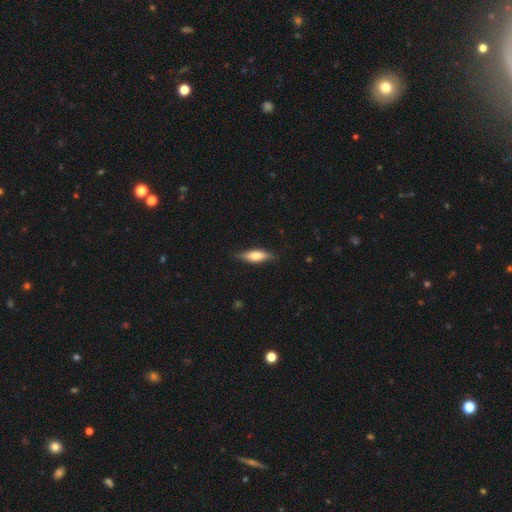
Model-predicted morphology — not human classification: Overall: smooth (57%; featured or disk 37%). How rounded: in between (52%; cigar-shaped 46%). Merging: none (81%).